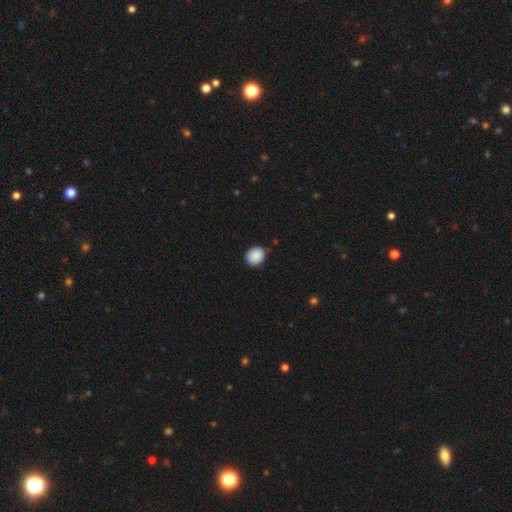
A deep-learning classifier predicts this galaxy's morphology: Smooth or featured? Predicted: smooth (p=0.89). How rounded? Predicted: round (p=0.68). Merging? Predicted: none (p=0.85).